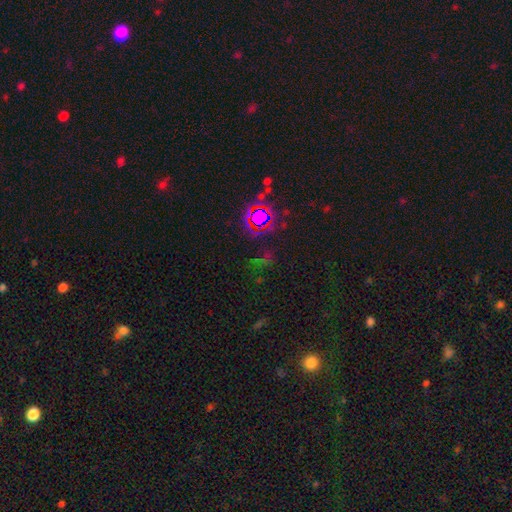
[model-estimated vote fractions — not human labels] A star or artifact, not a galaxy (71%).